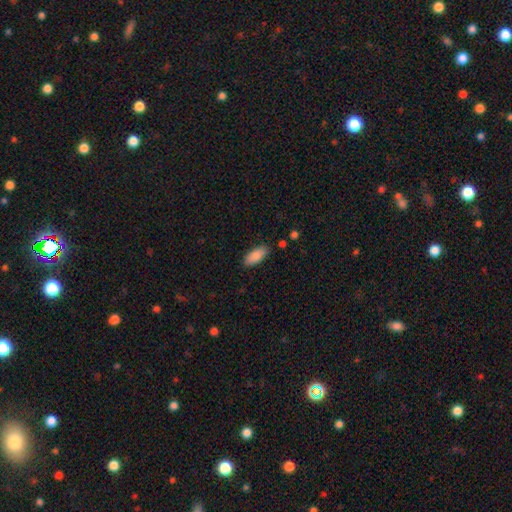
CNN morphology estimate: Smooth or featured?
  - smooth: 87% *
  - featured or disk: 7%
  - star or artifact: 6%
How rounded?
  - in between: 85% *
  - cigar-shaped: 13%
  - round: 2%
Merging?
  - none: 86% *
  - minor disturbance: 10%
  - major disturbance: 2%
  - merger: 2%